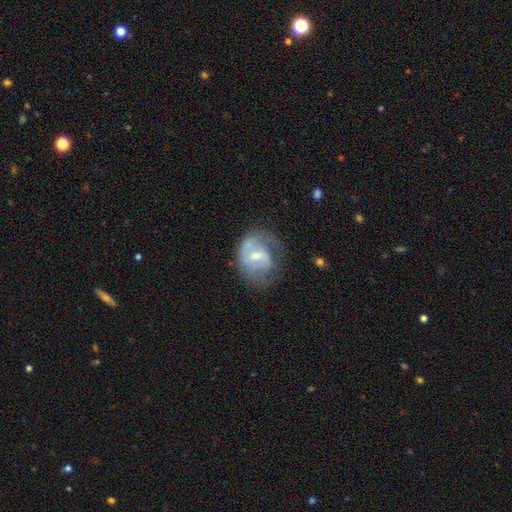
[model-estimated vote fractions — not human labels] featured or disk 67%, smooth 26%, star or artifact 7%. Down the decision tree: edge-on disk — no (97%); bar — weak (56%); spiral arms — yes (79%); spiral arm count — 2 (41%); spiral winding — medium (44%); bulge size — small (51%); merging — none (45%).